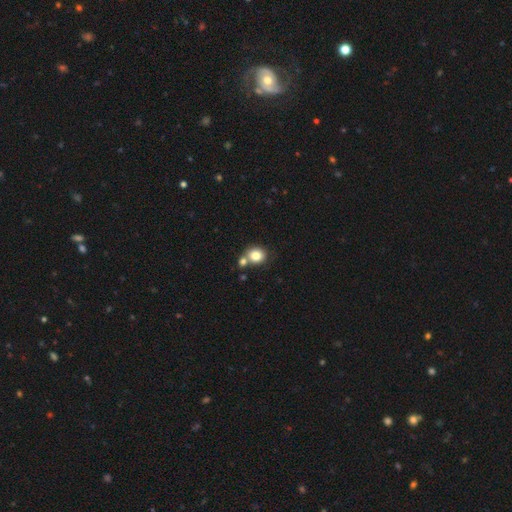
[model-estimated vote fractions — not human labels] Q: Smooth or featured?
A: smooth (82%); runner-up: star or artifact (10%)
Q: How rounded?
A: round (76%); runner-up: in between (23%)
Q: Merging?
A: none (57%); runner-up: merger (29%)